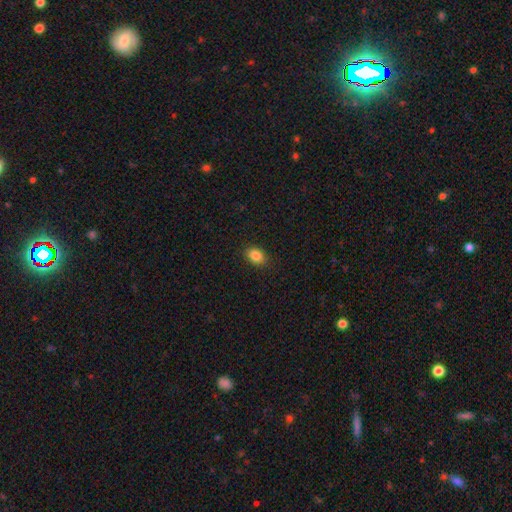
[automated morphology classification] This is clearly a smooth galaxy (86%). How rounded: likely in between (75%). Merging: clearly none (88%).